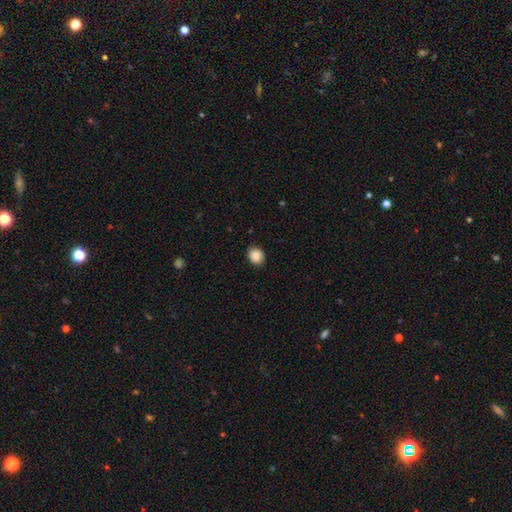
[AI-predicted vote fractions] The model was most divided on "how rounded": round: 70%, in between: 29%, cigar-shaped: 1%. More confident: smooth or featured — smooth (89%); merging — none (87%).